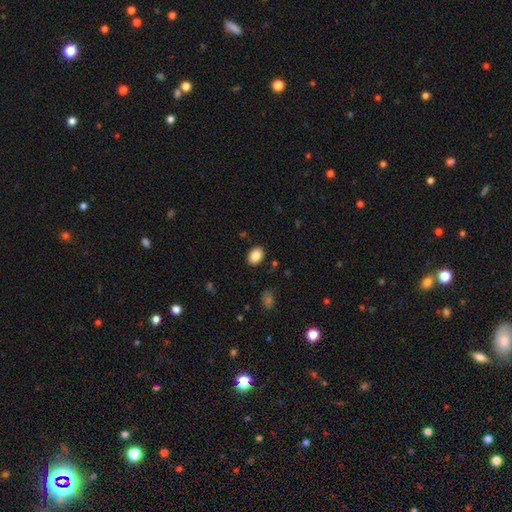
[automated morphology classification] A smooth galaxy with no disk features (86%) that is in between round and cigar-shaped (76%).

Vote fractions:
- Smooth or featured? smooth: 86% / star or artifact: 8% / featured or disk: 6%
- How rounded? in between: 76% / round: 23% / cigar-shaped: 1%
- Merging? none: 87% / minor disturbance: 9% / major disturbance: 2% / merger: 1%